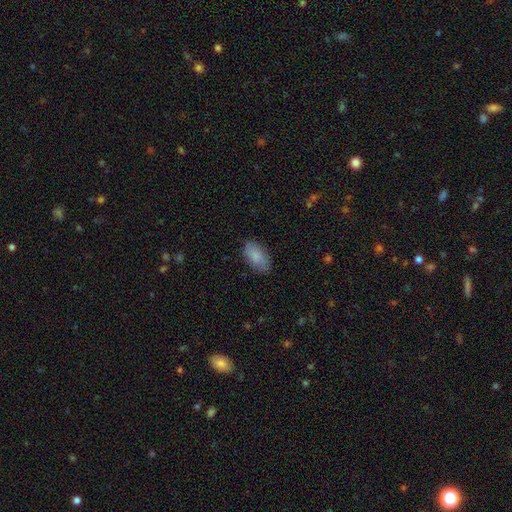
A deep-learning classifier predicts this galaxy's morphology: type=smooth (87%); roundness=in between (94%); merging=none (83%).